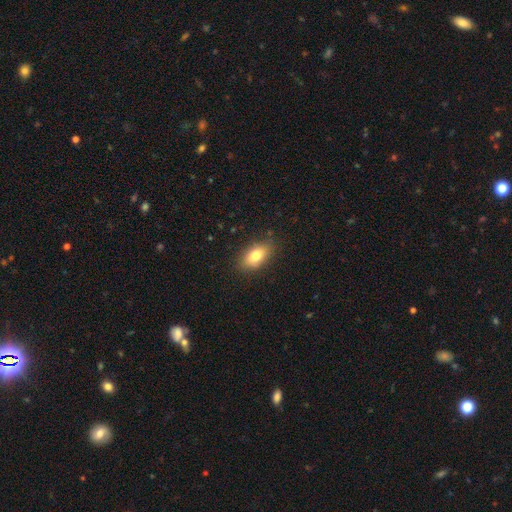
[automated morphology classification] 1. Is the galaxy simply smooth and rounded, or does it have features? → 79% smooth, 13% featured or disk, 8% star or artifact.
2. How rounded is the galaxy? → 88% in between, 6% round, 6% cigar-shaped.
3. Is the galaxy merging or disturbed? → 83% none, 13% minor disturbance, 3% major disturbance, 1% merger.